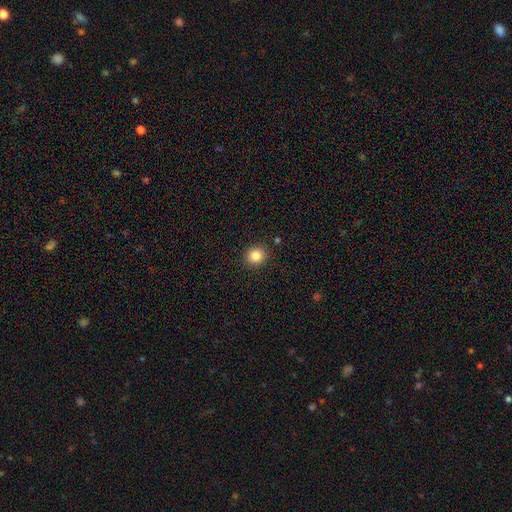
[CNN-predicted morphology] smooth 84%, star or artifact 11%, featured or disk 6%. Down the decision tree: how rounded — round (83%); merging — none (89%).